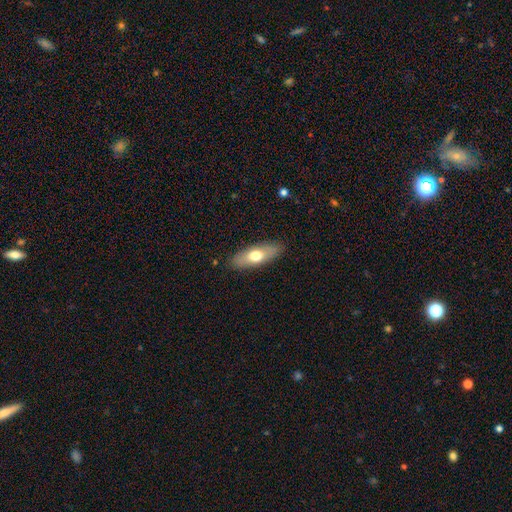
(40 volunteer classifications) Smooth or featured?
  - smooth: 62% *
  - featured or disk: 28%
  - star or artifact: 10%
How rounded?
  - in between: 68% *
  - cigar-shaped: 28%
  - round: 4%
Merging?
  - none: 94% *
  - minor disturbance: 6%
  - major disturbance: 0%
  - merger: 0%